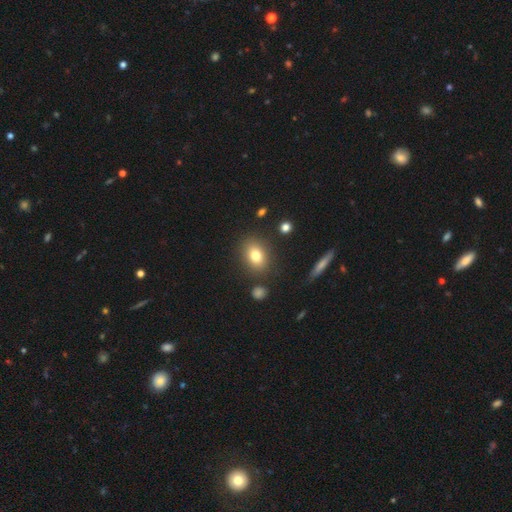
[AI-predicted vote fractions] The model was most divided on "how rounded": in between: 67%, round: 31%, cigar-shaped: 2%. More confident: merging — none (83%); smooth or featured — smooth (78%).